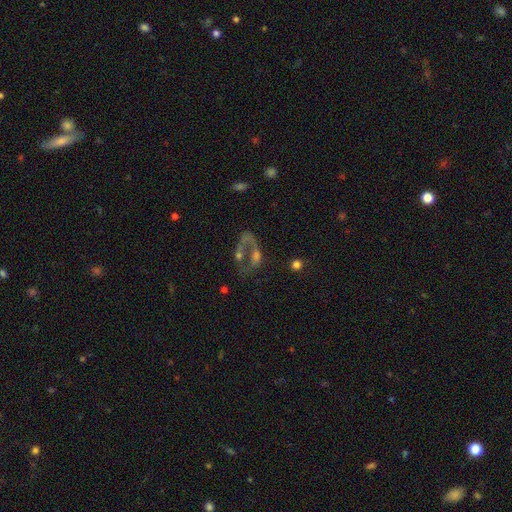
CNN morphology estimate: A featured or disk galaxy (56%) with no bar (84%), no spiral arms (68%) and no central bulge (35%).

Vote fractions:
- Smooth or featured? featured or disk: 56% / smooth: 26% / star or artifact: 18%
- Edge-on disk? no: 95% / yes: 5%
- Bar? no: 84% / weak: 12% / strong: 4%
- Spiral arms? no: 68% / yes: 32%
- Bulge size? none: 35% / moderate: 29% / small: 25% / large: 7% / dominant: 3%
- Merging? major disturbance: 35% / merger: 29% / none: 25% / minor disturbance: 10%